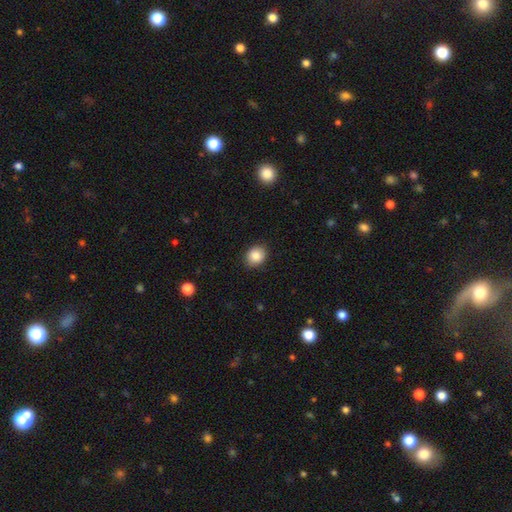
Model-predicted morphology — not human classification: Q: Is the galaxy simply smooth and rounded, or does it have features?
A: smooth — 86%.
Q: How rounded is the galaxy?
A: round — 61%.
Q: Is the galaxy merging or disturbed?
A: none — 88%.